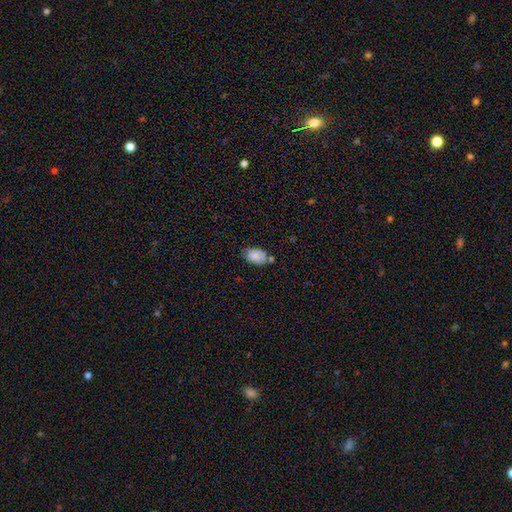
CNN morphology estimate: This is clearly a smooth galaxy (87%). How rounded: clearly in between (90%). Merging: likely none (66%).